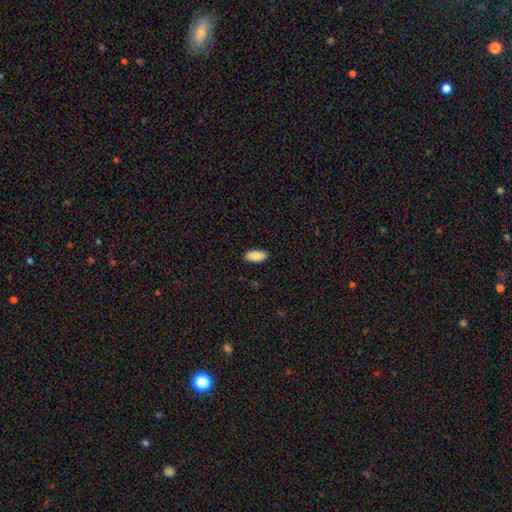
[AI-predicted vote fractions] smooth_or_featured: smooth (p=0.88) [alt: star or artifact p=0.06]
how_rounded: in between (p=0.90) [alt: cigar-shaped p=0.08]
merging: none (p=0.88) [alt: minor disturbance p=0.09]